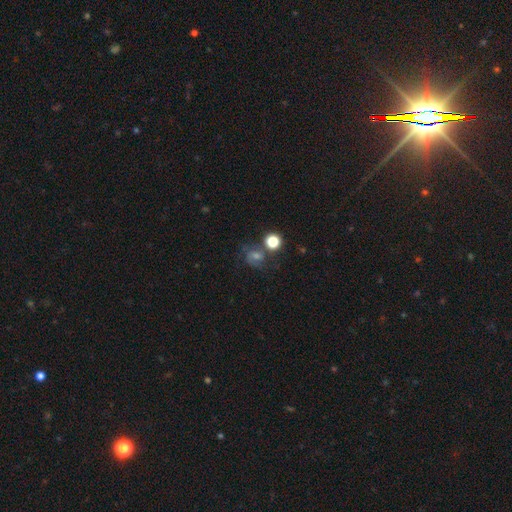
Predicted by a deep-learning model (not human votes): Overall: featured or disk (41%; smooth 30%). Merging: none (64%).